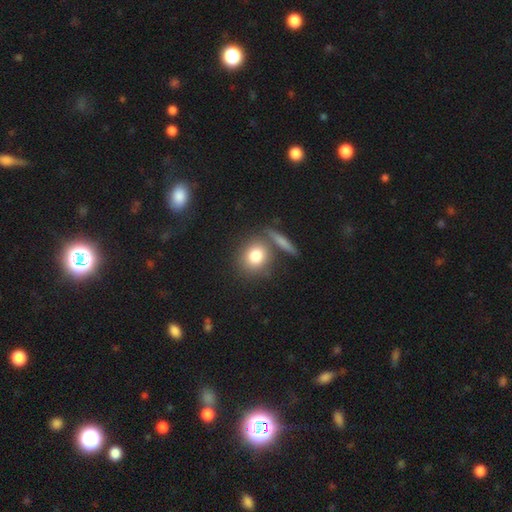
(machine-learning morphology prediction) smooth_or_featured: smooth (p=0.79) [alt: featured or disk p=0.11]
how_rounded: round (p=0.75) [alt: in between p=0.23]
merging: none (p=0.69) [alt: merger p=0.17]